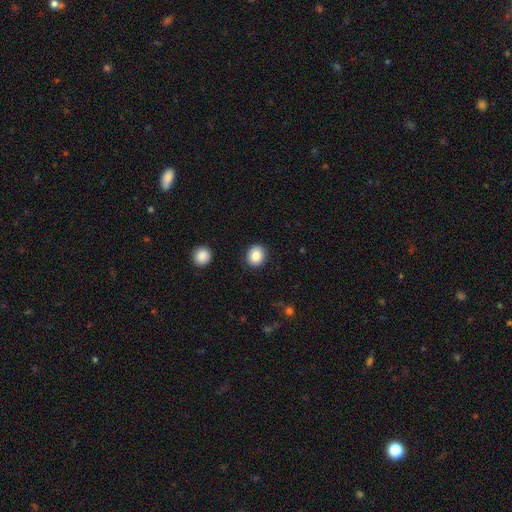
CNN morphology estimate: The model was most divided on "how rounded": round: 77%, in between: 22%, cigar-shaped: 1%. More confident: merging — none (90%); smooth or featured — smooth (84%).